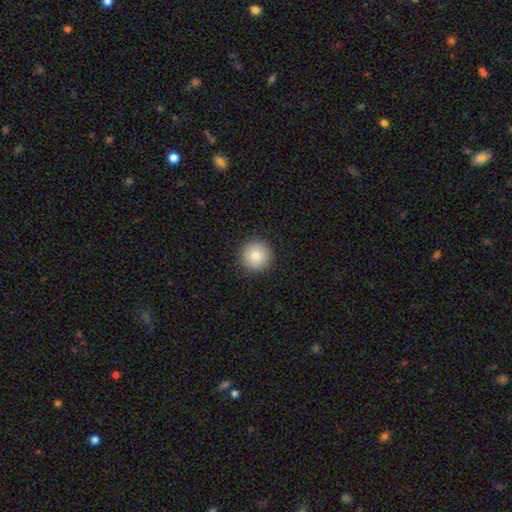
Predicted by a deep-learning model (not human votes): Smooth or featured?
  - smooth: 84% *
  - star or artifact: 9%
  - featured or disk: 7%
How rounded?
  - round: 96% *
  - in between: 3%
  - cigar-shaped: 1%
Merging?
  - none: 92% *
  - minor disturbance: 5%
  - major disturbance: 2%
  - merger: 1%